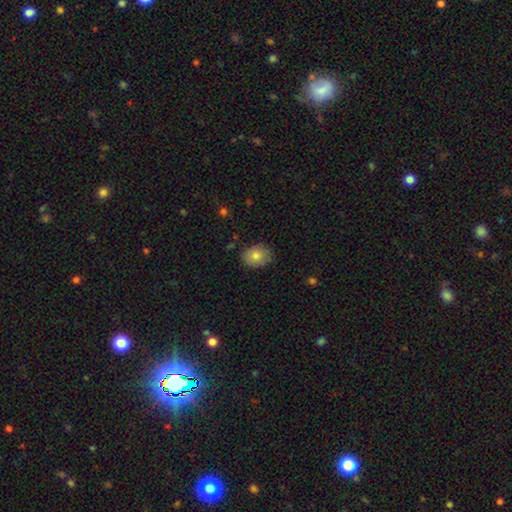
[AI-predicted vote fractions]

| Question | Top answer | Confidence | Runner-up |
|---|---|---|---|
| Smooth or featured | smooth | 82% | featured or disk (10%) |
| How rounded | in between | 60% | round (39%) |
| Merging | none | 80% | minor disturbance (16%) |